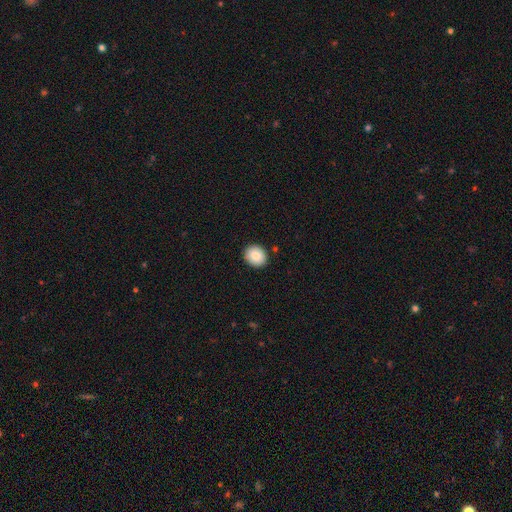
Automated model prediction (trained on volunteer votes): smooth_or_featured: smooth (p=0.87) [alt: star or artifact p=0.08]
how_rounded: round (p=0.71) [alt: in between p=0.29]
merging: none (p=0.90) [alt: minor disturbance p=0.07]